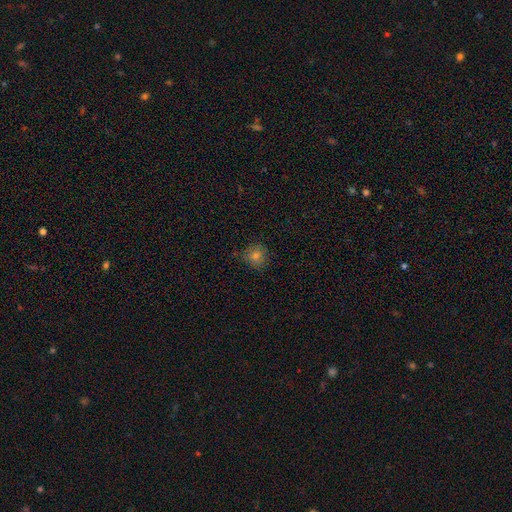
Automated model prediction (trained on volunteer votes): Q: Smooth or featured?
A: smooth (74%); runner-up: star or artifact (17%)
Q: How rounded?
A: round (91%); runner-up: in between (8%)
Q: Merging?
A: none (82%); runner-up: minor disturbance (14%)